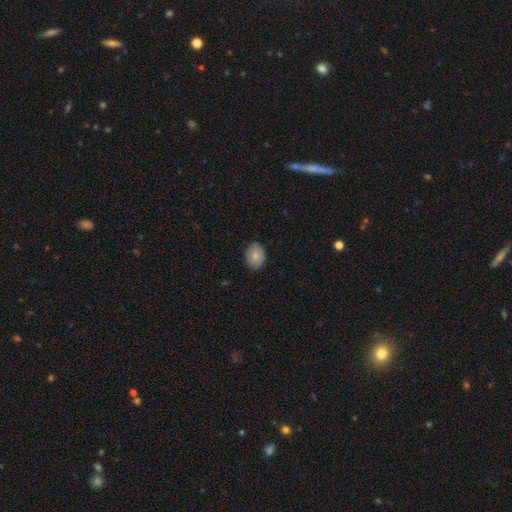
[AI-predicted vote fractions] Overall: smooth (81%). How rounded: in between (66%; round 33%). Merging: none (85%).